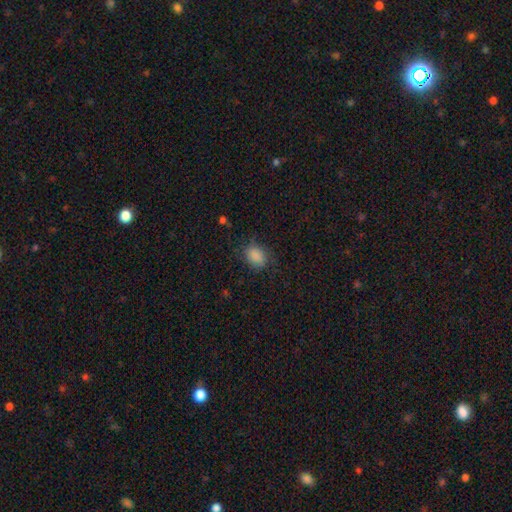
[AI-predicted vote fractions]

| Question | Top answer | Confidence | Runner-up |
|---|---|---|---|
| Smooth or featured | smooth | 85% | star or artifact (9%) |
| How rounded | in between | 70% | round (29%) |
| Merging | none | 72% | minor disturbance (19%) |